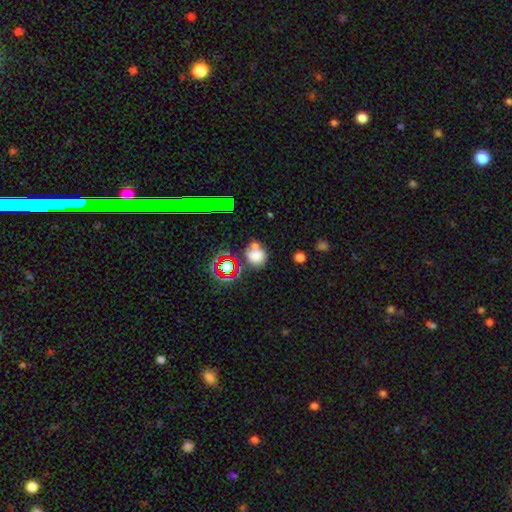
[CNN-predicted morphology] Smooth or featured? smooth (70%)
How rounded? round (77%)
Merging? none (49%)